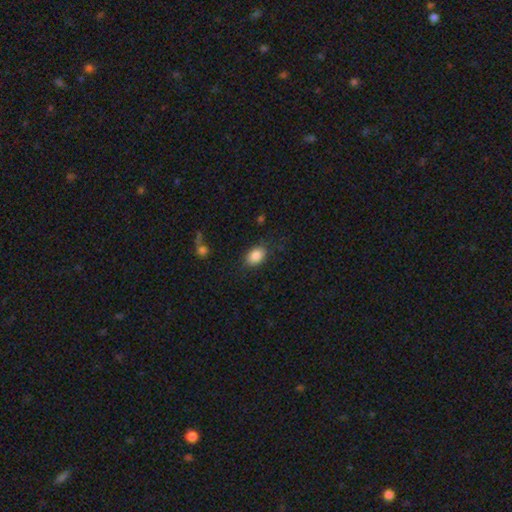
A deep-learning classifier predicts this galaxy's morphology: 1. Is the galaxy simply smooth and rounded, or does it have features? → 86% smooth, 8% star or artifact, 6% featured or disk.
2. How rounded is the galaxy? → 80% in between, 19% round, 1% cigar-shaped.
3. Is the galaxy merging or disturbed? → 81% none, 13% minor disturbance, 4% major disturbance, 2% merger.